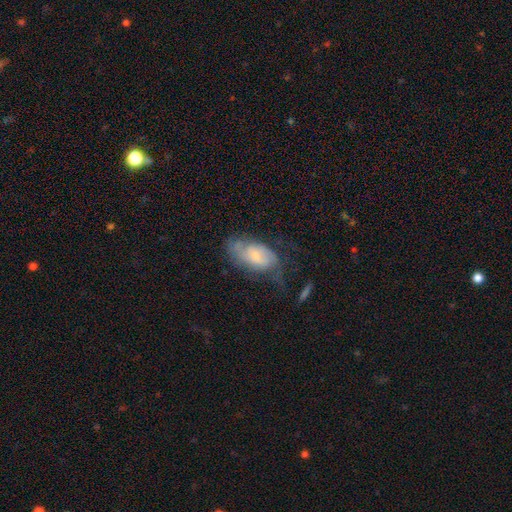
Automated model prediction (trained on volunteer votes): Smooth or featured: featured or disk — 54% (smooth — 39%)
Edge-on disk: no — 93% (yes — 7%)
Bar: no — 68% (weak — 27%)
Spiral arms: yes — 73% (no — 27%)
Bulge size: small — 59% (moderate — 33%)
Merging: none — 41% (minor disturbance — 29%)